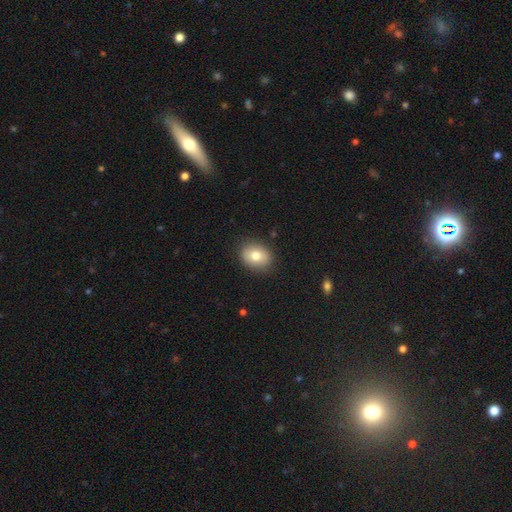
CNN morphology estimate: Overall: smooth (78%). How rounded: in between (54%; round 45%). Merging: none (88%).